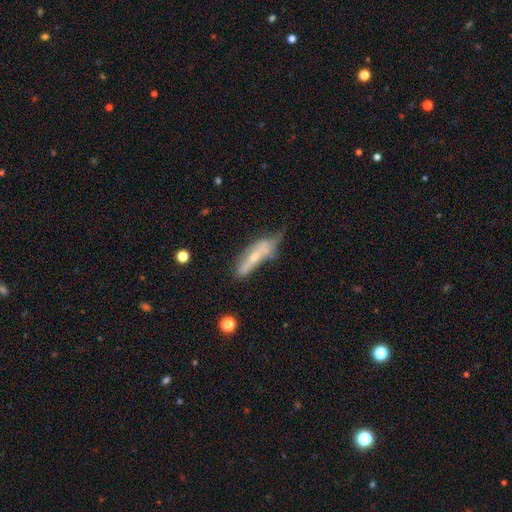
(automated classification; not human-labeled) smooth-or-featured: featured or disk: 52% | smooth: 40% | star or artifact: 8%
  disk-edge-on: yes: 53% | no: 47%
  merging: none: 36% (tied) | minor disturbance: 36% (tied) | major disturbance: 22% | merger: 6%